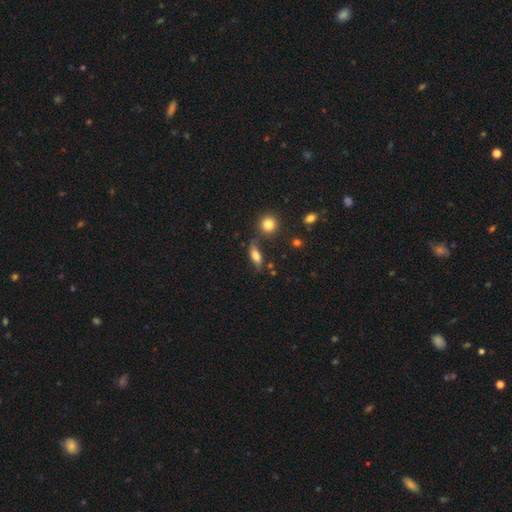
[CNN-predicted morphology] Q: Smooth or featured?
A: smooth (65%); runner-up: featured or disk (26%)
Q: How rounded?
A: in between (66%); runner-up: cigar-shaped (27%)
Q: Merging?
A: none (66%); runner-up: minor disturbance (19%)